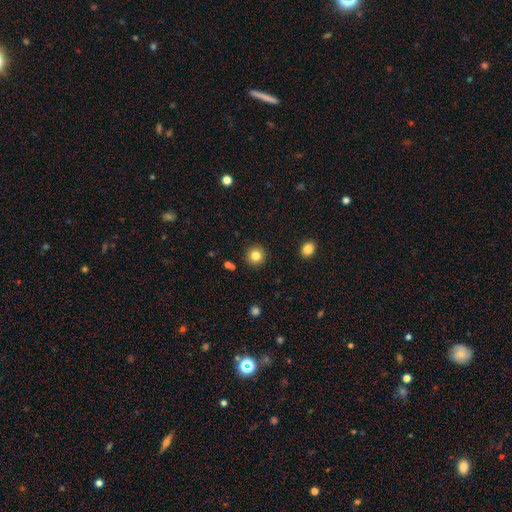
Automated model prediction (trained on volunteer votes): A smooth galaxy with no disk features (83%) that is round (93%).

Vote fractions:
- Smooth or featured? smooth: 83% / star or artifact: 11% / featured or disk: 6%
- How rounded? round: 93% / in between: 6% / cigar-shaped: 1%
- Merging? none: 90% / minor disturbance: 6% / major disturbance: 2% / merger: 2%